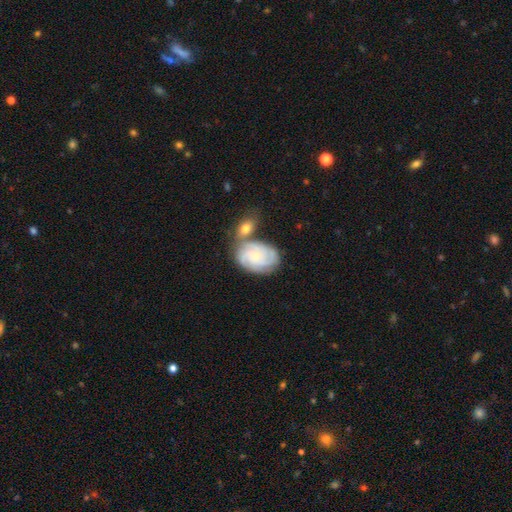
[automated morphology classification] Smooth or featured? Predicted: featured or disk (p=0.76). Edge-on disk? Predicted: no (p=0.97). Bar? Predicted: no (p=0.76). Spiral arms? Predicted: yes (p=0.95). Spiral winding? Predicted: tight (p=0.68). Spiral arm count? Predicted: 3 (p=0.29). Bulge size? Predicted: small (p=0.73). Merging? Predicted: none (p=0.52).